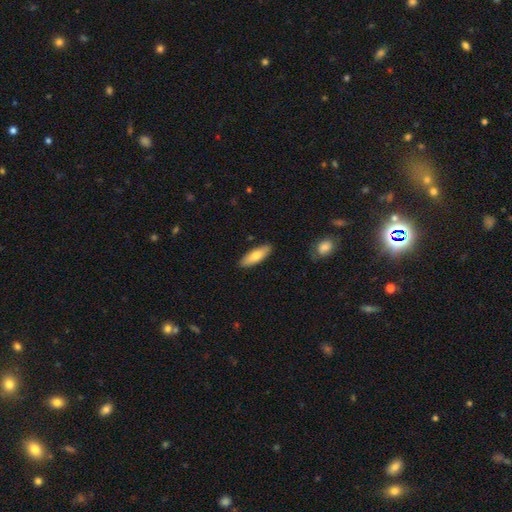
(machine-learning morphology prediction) smooth-or-featured: smooth: 74% | featured or disk: 20% | star or artifact: 6%
  how-rounded: in between: 53% | cigar-shaped: 45% | round: 2%
  merging: none: 88% | minor disturbance: 9% | major disturbance: 2% | merger: 1%